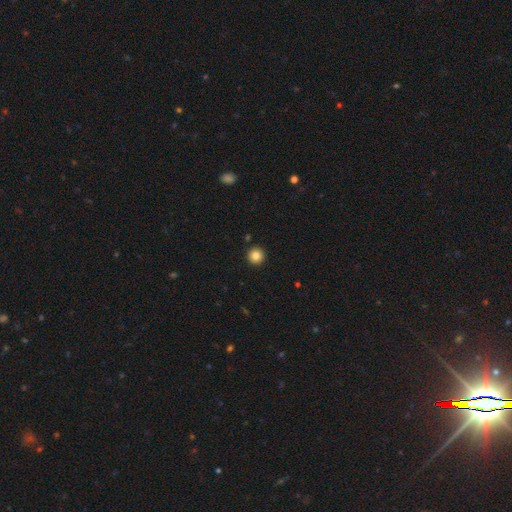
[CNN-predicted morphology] smooth_or_featured: smooth (p=0.84) [alt: star or artifact p=0.11]
how_rounded: round (p=0.96) [alt: in between p=0.03]
merging: none (p=0.93) [alt: minor disturbance p=0.04]